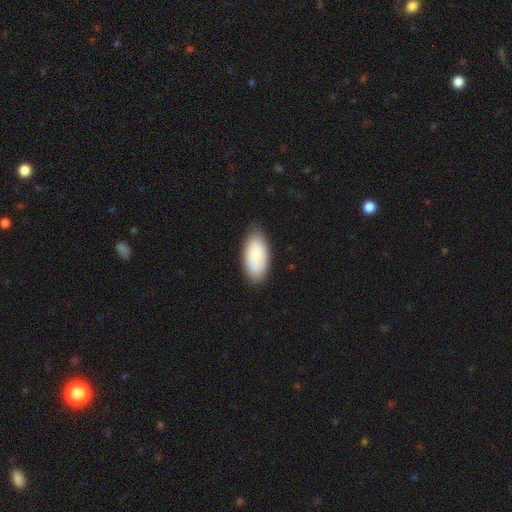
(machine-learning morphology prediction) smooth-or-featured: smooth: 83% | featured or disk: 12% | star or artifact: 6%
  how-rounded: in between: 94% | cigar-shaped: 4% | round: 2%
  merging: none: 82% | minor disturbance: 14% | major disturbance: 3% | merger: 1%